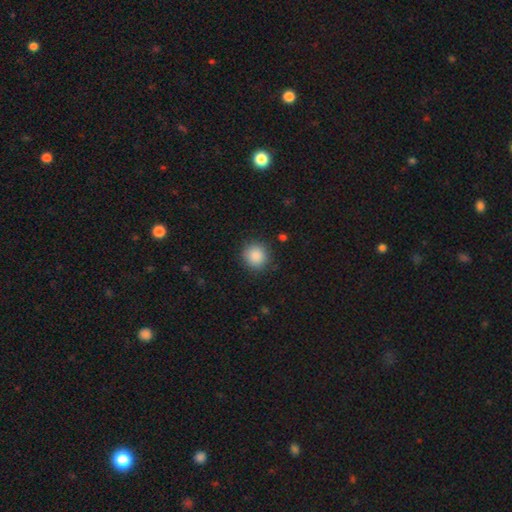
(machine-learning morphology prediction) A smooth galaxy with no disk features (88%) that is round (90%).

Vote fractions:
- Smooth or featured? smooth: 88% / star or artifact: 8% / featured or disk: 3%
- How rounded? round: 90% / in between: 9% / cigar-shaped: 1%
- Merging? none: 89% / minor disturbance: 8% / major disturbance: 3% / merger: 1%